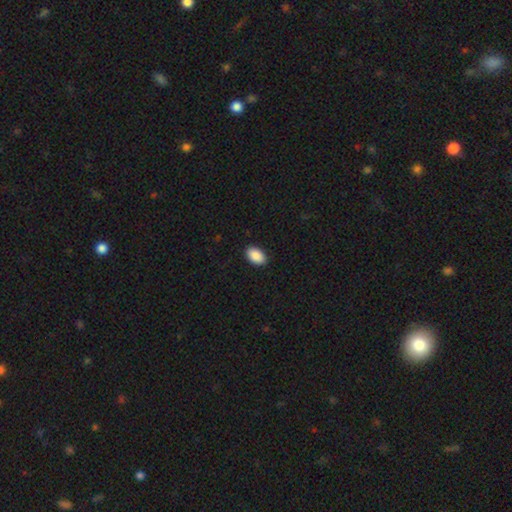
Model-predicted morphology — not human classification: smooth_or_featured: smooth (p=0.90) [alt: star or artifact p=0.07]
how_rounded: in between (p=0.93) [alt: round p=0.06]
merging: none (p=0.90) [alt: minor disturbance p=0.08]